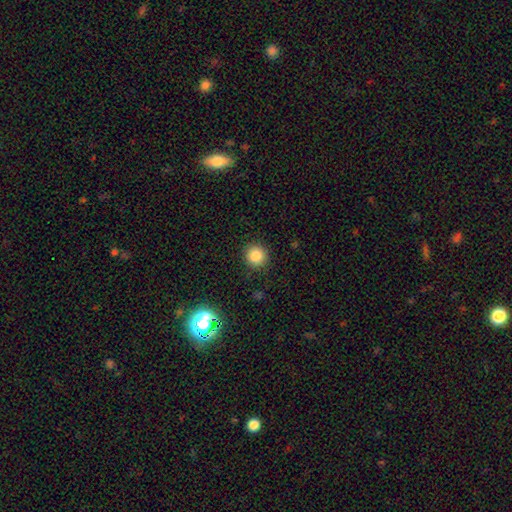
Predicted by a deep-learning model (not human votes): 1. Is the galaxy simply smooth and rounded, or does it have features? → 84% smooth, 11% star or artifact, 5% featured or disk.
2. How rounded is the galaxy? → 93% round, 6% in between, 1% cigar-shaped.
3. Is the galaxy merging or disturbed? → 91% none, 6% minor disturbance, 2% major disturbance, 1% merger.